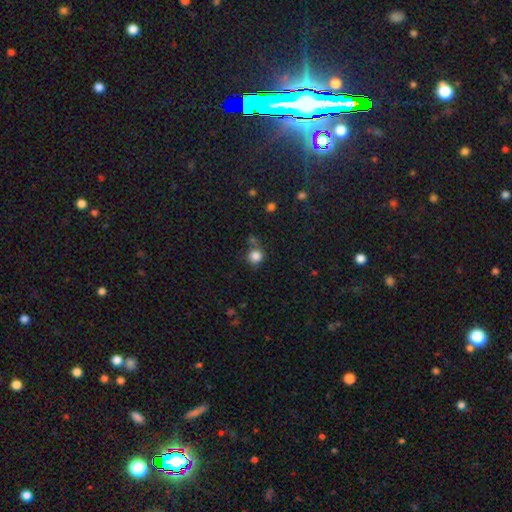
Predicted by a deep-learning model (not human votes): smooth 84%, star or artifact 11%, featured or disk 4%. Down the decision tree: how rounded — round (89%); merging — none (66%).